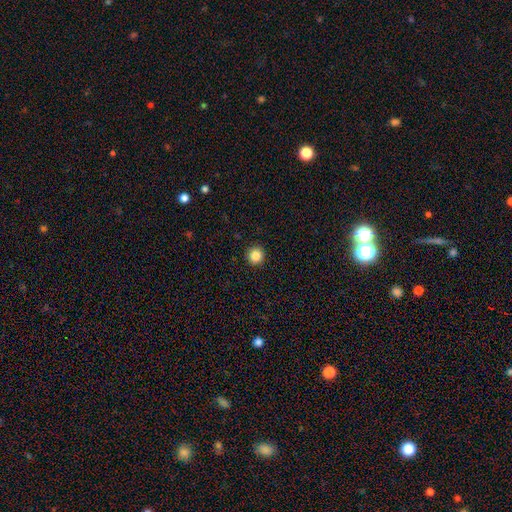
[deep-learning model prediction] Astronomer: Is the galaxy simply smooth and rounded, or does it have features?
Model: smooth — 86%.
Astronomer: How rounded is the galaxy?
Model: round — 95%.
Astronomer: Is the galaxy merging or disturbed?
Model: none — 93%.